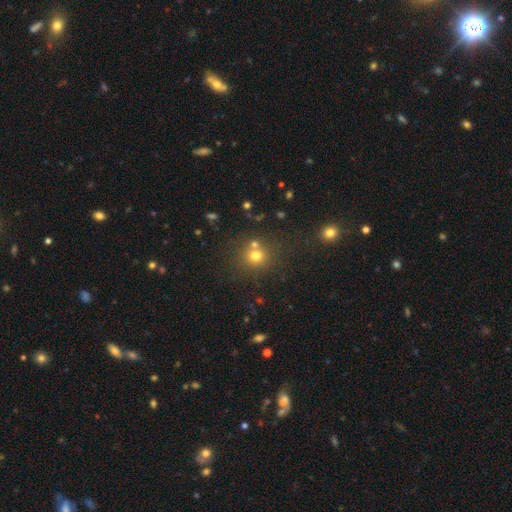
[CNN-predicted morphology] A smooth galaxy with no disk features (72%) that is round (88%). Merging: none (66%).